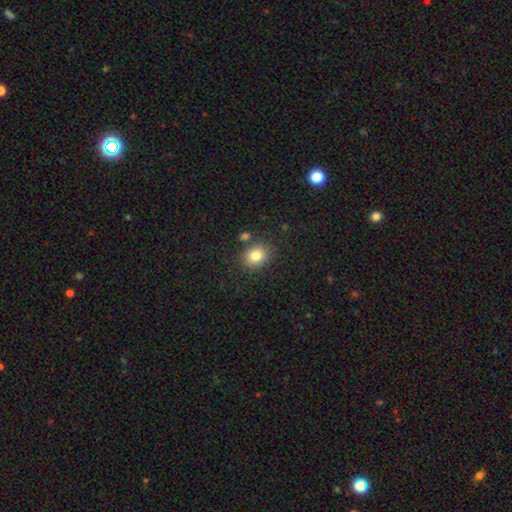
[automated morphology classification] The model was most divided on "how rounded": round: 56%, in between: 43%, cigar-shaped: 1%. More confident: smooth or featured — smooth (83%); merging — none (79%).